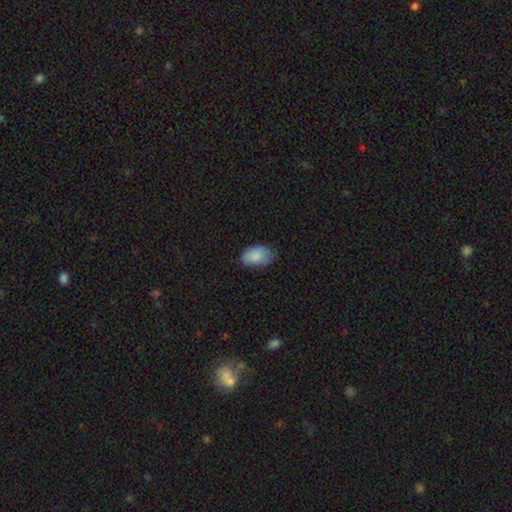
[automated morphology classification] smooth 86%, star or artifact 7%, featured or disk 7%. Down the decision tree: how rounded — in between (91%); merging — none (67%).